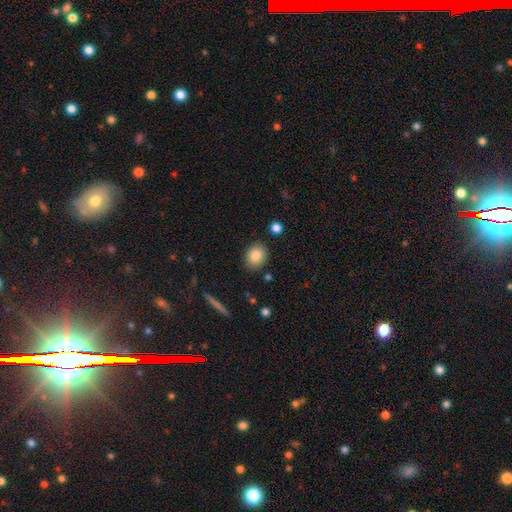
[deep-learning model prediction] Overall: smooth (84%). How rounded: round (51%; in between 47%). Merging: none (87%).